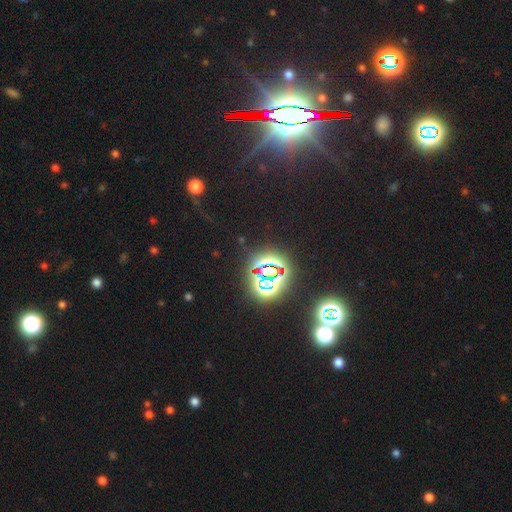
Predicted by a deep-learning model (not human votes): Smooth or featured?
  - star or artifact: 84% *
  - smooth: 8%
  - featured or disk: 7%